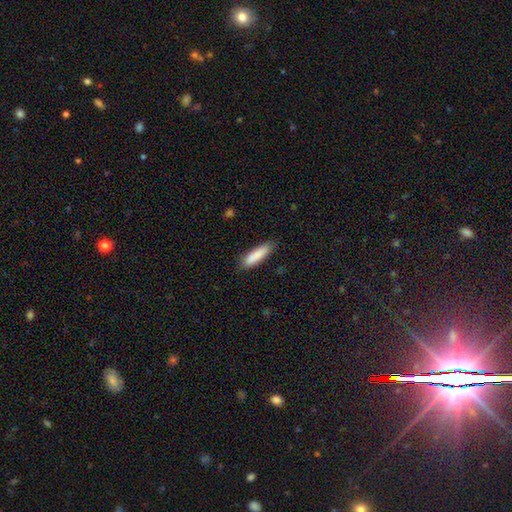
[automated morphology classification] Smooth or featured? smooth (87%)
How rounded? cigar-shaped (69%)
Merging? none (83%)